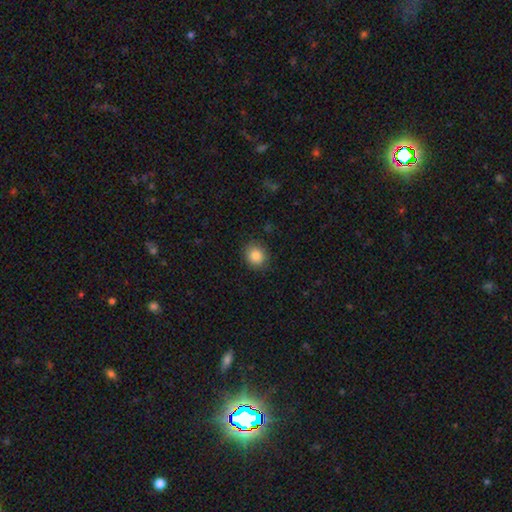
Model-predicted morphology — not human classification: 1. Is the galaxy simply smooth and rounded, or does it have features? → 86% smooth, 10% star or artifact, 5% featured or disk.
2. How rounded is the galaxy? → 83% round, 16% in between, 1% cigar-shaped.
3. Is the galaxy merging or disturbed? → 87% none, 9% minor disturbance, 3% major disturbance, 1% merger.